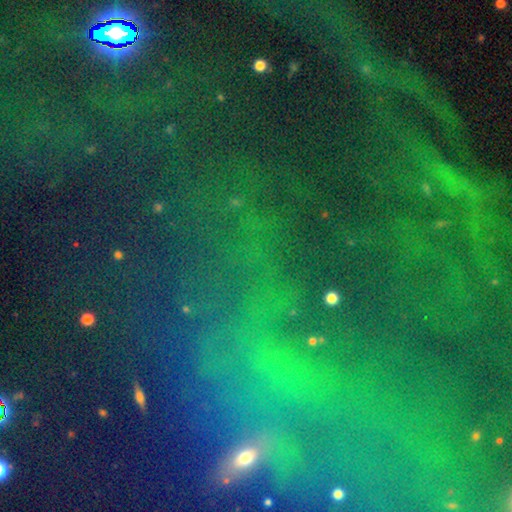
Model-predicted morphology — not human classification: A star or artifact, not a galaxy (75%).